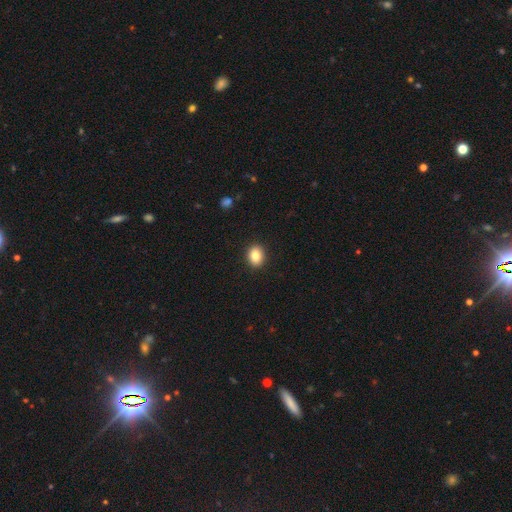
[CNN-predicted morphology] A smooth galaxy with no disk features (84%) that is in between round and cigar-shaped (54%). Merging: none (91%).